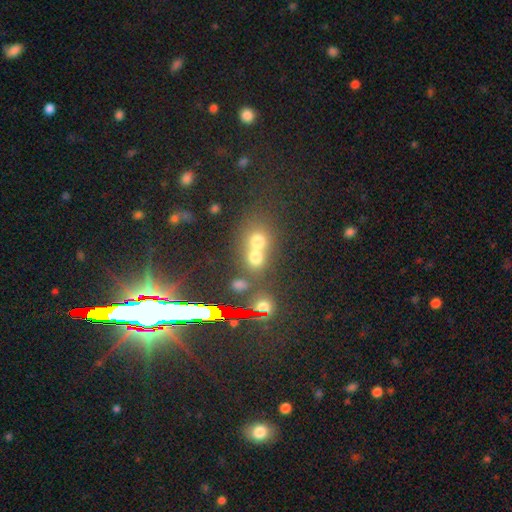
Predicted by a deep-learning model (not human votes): star or artifact 44%, smooth 41%, featured or disk 15%.